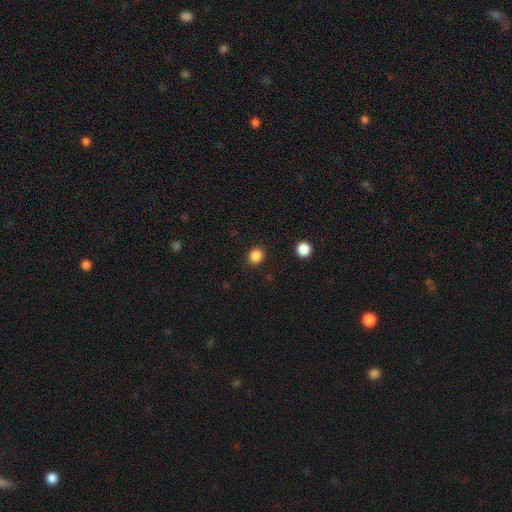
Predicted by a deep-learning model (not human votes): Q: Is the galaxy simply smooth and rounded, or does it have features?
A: smooth — 85%.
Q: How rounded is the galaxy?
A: round — 79%.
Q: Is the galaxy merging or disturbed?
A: none — 90%.